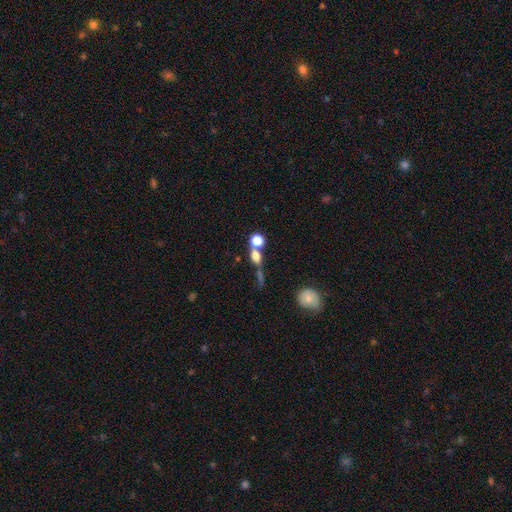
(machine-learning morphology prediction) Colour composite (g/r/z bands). It shows a smooth galaxy with no disk features (63%) that is round (54%). Merging: merger (43%).